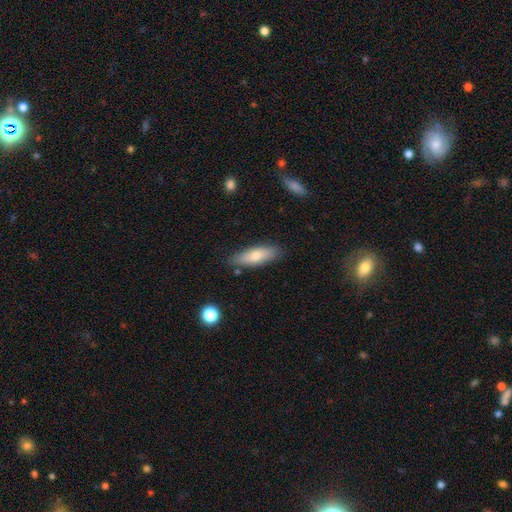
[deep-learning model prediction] This appears to be a smooth galaxy with no disk features (73%) that is in between round and cigar-shaped (60%). Merging: none (81%).